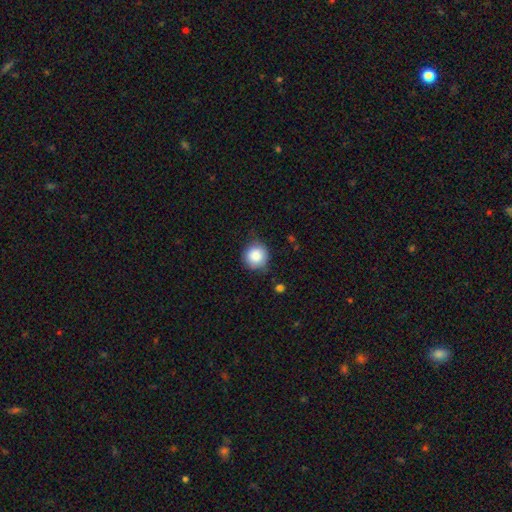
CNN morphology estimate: Overall: smooth (87%). How rounded: round (91%). Merging: none (77%).